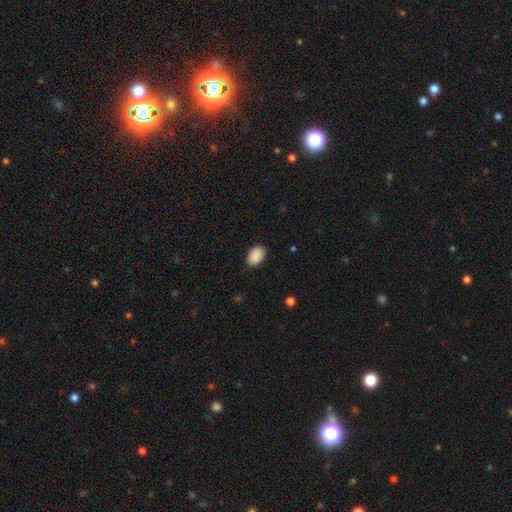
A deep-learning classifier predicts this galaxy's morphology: This appears to be a smooth galaxy with no disk features (91%) that is in between round and cigar-shaped (87%). Merging: none (87%).